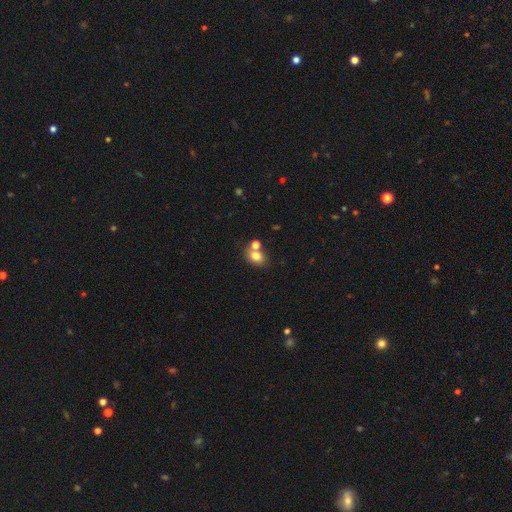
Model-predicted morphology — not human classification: Overall: smooth (76%). How rounded: in between (53%; round 46%). Merging: none (53%; merger 33%).